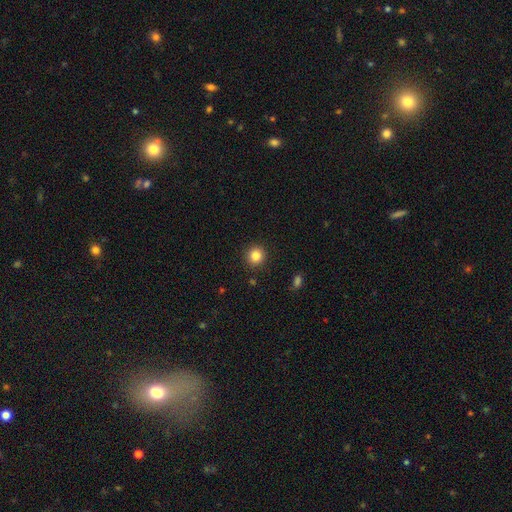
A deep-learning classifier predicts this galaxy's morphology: Overall: smooth (84%). How rounded: round (93%). Merging: none (91%).